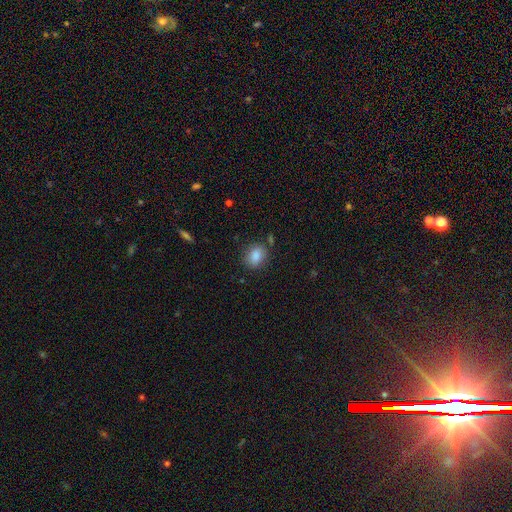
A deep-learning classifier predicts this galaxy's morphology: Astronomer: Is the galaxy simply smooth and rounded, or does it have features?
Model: smooth — 86%.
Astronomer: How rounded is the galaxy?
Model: in between — 54% (runner-up: round, 45%).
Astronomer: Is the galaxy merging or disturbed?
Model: none — 80%.